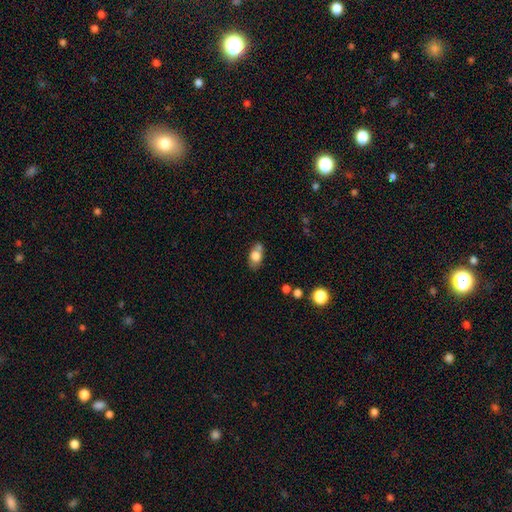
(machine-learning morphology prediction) Smooth or featured? smooth (75%)
How rounded? in between (84%)
Merging? none (58%)